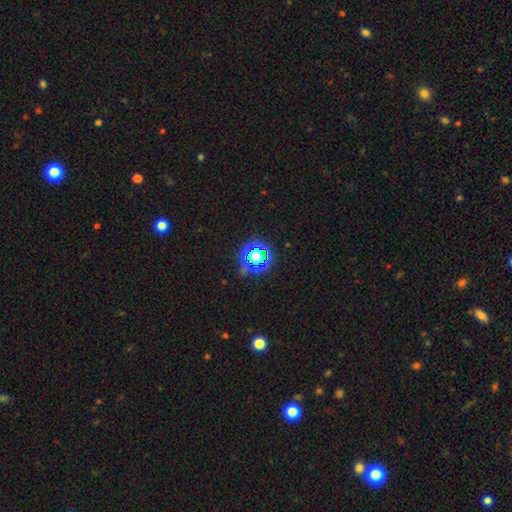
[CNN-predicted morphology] A star or artifact, not a galaxy (75%).